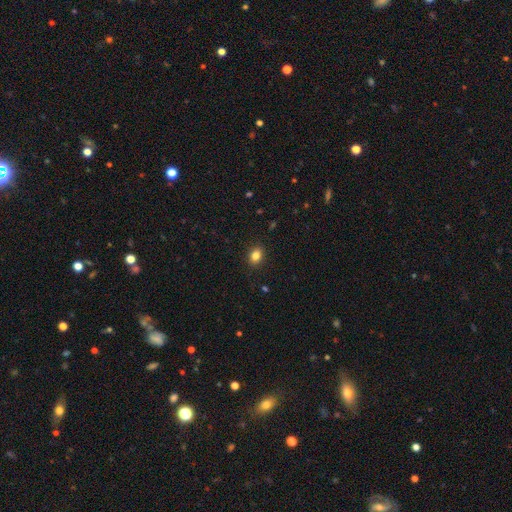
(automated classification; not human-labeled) smooth-or-featured: smooth: 84% | star or artifact: 10% | featured or disk: 6%
  how-rounded: in between: 61% | round: 37% | cigar-shaped: 1%
  merging: none: 90% | minor disturbance: 8% | major disturbance: 2% | merger: 1%